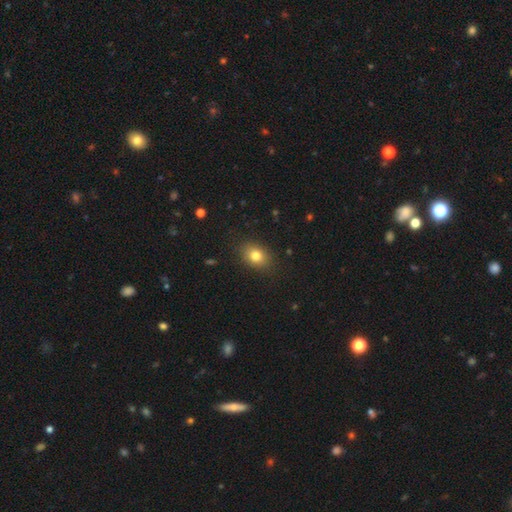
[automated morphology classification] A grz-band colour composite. It shows a smooth galaxy with no disk features (79%) that is in between round and cigar-shaped (67%). Merging: none (87%).